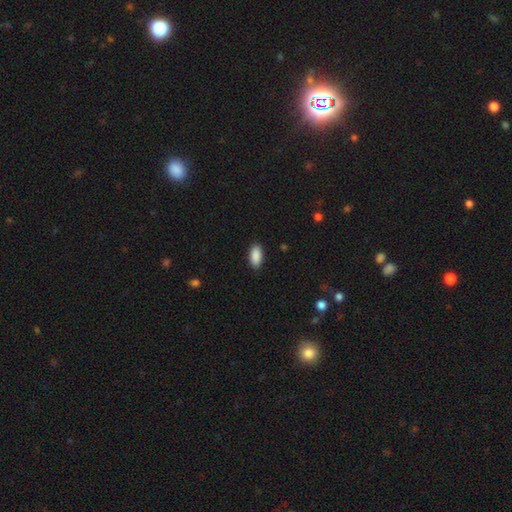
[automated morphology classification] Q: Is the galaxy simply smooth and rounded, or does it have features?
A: smooth — 91%.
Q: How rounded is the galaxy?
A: in between — 93%.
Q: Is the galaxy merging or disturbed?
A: none — 88%.